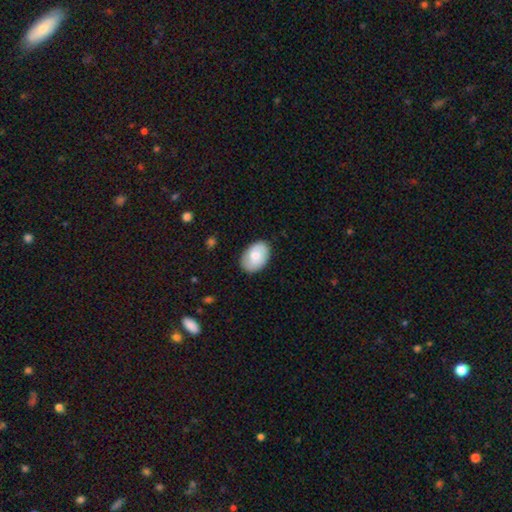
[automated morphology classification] smooth 75%, featured or disk 19%, star or artifact 6%. Down the decision tree: how rounded — in between (86%); merging — none (84%).